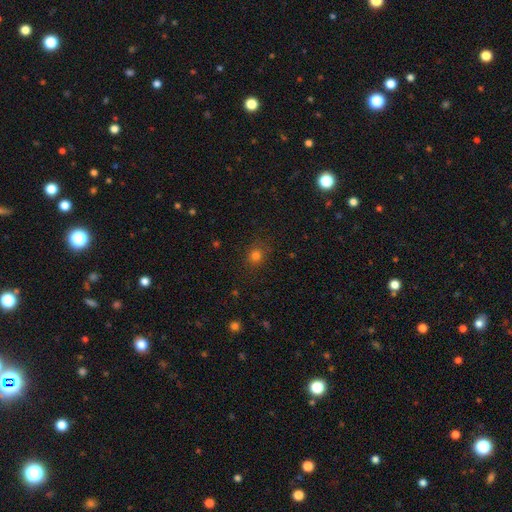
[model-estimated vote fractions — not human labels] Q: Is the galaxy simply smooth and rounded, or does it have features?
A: smooth — 77%.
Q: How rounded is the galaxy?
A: round — 80%.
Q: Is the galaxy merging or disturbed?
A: none — 84%.